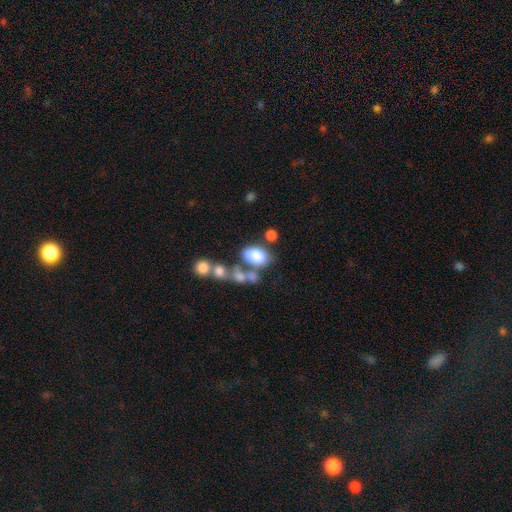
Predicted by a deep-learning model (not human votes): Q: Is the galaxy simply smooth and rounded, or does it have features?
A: smooth — 77%.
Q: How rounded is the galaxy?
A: in between — 85%.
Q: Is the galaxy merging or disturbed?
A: none — 46%.